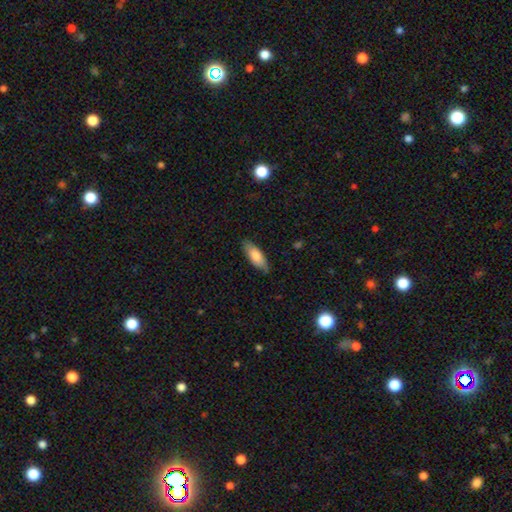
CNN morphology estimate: Smooth or featured? smooth (77%)
How rounded? in between (71%)
Merging? none (81%)